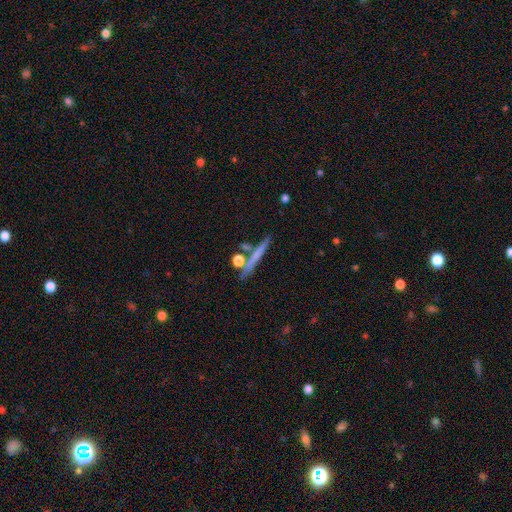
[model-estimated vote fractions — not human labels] This is possibly a smooth galaxy (57%). How rounded: clearly cigar-shaped (86%). Merging: likely none (75%).